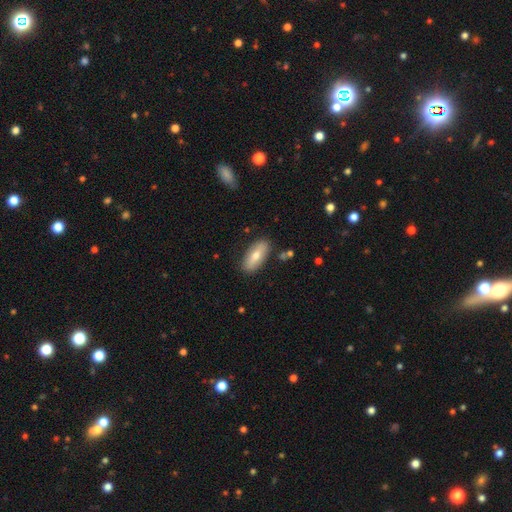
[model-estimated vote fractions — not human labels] The model was most divided on "smooth or featured": smooth: 65%, featured or disk: 28%, star or artifact: 7%. More confident: merging — none (85%); how rounded — in between (81%).